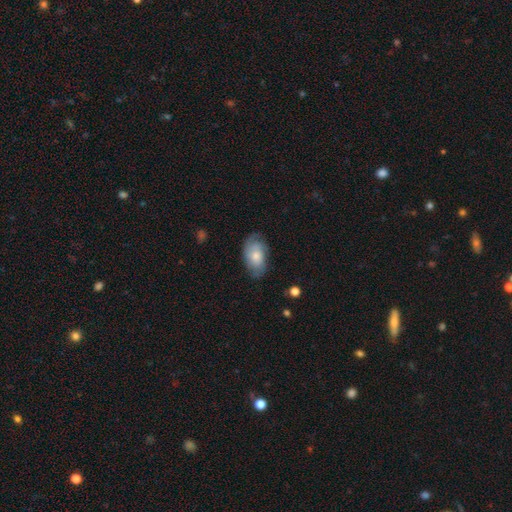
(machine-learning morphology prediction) A smooth galaxy with no disk features (58%) that is in between round and cigar-shaped (91%).

Vote fractions:
- Smooth or featured? smooth: 58% / featured or disk: 36% / star or artifact: 6%
- How rounded? in between: 91% / round: 6% / cigar-shaped: 2%
- Merging? none: 67% / minor disturbance: 24% / major disturbance: 8% / merger: 1%